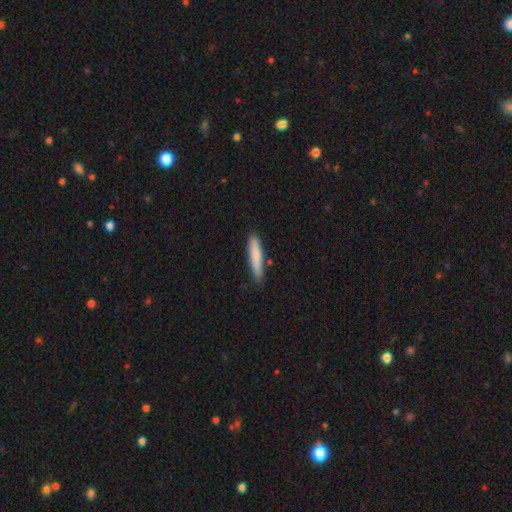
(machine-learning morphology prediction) Smooth or featured? smooth (79%)
How rounded? cigar-shaped (89%)
Merging? none (83%)